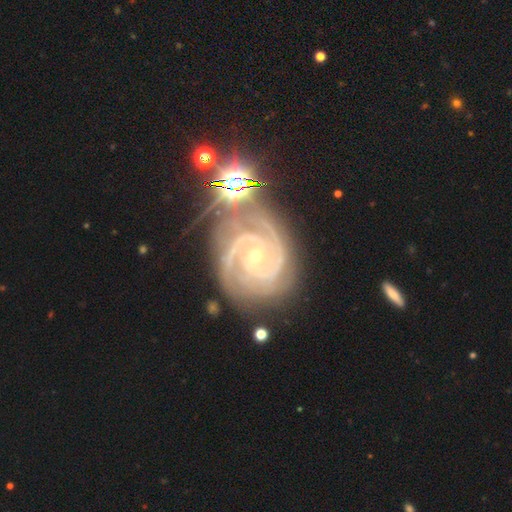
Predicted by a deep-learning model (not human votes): This is clearly a featured or disk galaxy (91%). It is clearly not viewed edge-on (98%). Bar: likely no (62%). Spiral arm pattern: clearly yes (99%). Spiral arm count: marginally 2 (42%). Spiral winding: likely tight (73%). Central bulge: likely small (77%). Merging: likely none (63%).